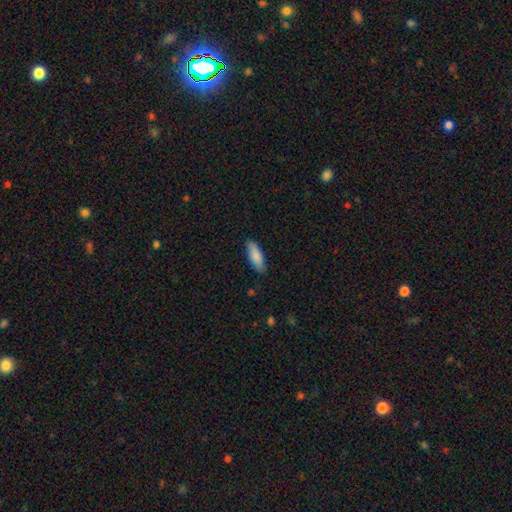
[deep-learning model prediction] Smooth or featured?
  - smooth: 86% *
  - featured or disk: 8%
  - star or artifact: 6%
How rounded?
  - in between: 62% *
  - cigar-shaped: 36%
  - round: 2%
Merging?
  - none: 85% *
  - minor disturbance: 12%
  - major disturbance: 2%
  - merger: 1%